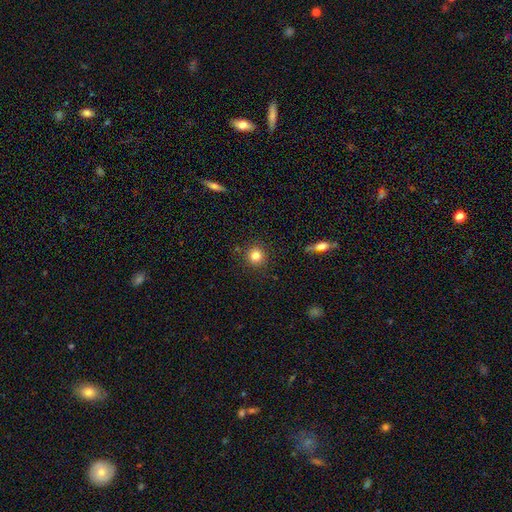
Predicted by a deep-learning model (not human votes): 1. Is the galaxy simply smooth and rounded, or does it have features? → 82% smooth, 12% star or artifact, 7% featured or disk.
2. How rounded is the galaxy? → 93% round, 6% in between, 1% cigar-shaped.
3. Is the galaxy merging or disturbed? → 89% none, 7% minor disturbance, 2% major disturbance, 2% merger.